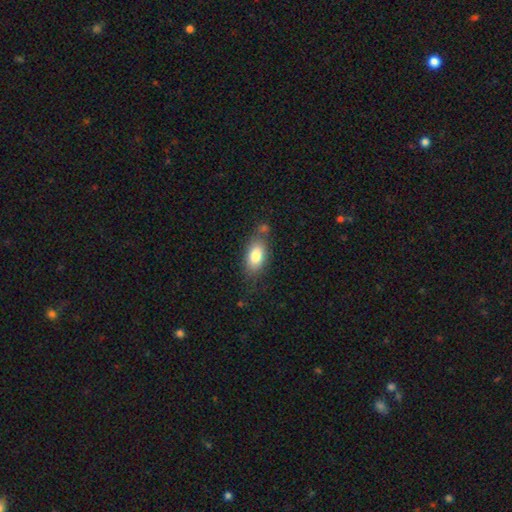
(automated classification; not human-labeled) Smooth or featured?
  - smooth: 81% *
  - featured or disk: 12%
  - star or artifact: 7%
How rounded?
  - in between: 89% *
  - cigar-shaped: 6%
  - round: 5%
Merging?
  - none: 67% *
  - minor disturbance: 19%
  - merger: 8%
  - major disturbance: 6%